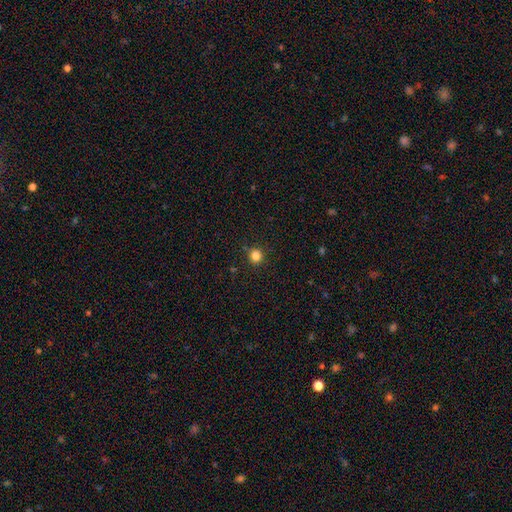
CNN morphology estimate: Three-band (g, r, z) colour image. It shows a smooth galaxy with no disk features (83%) that is round (92%). Merging: none (89%).